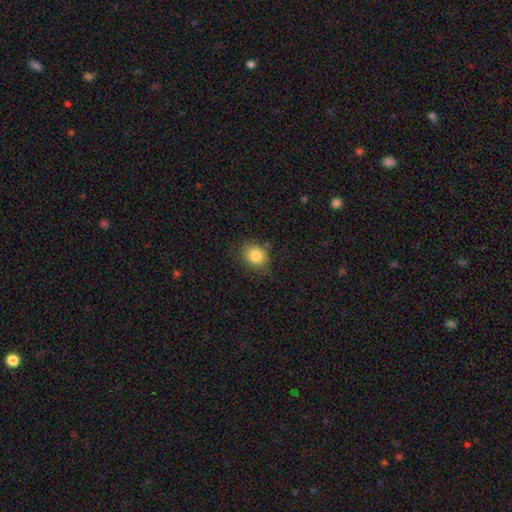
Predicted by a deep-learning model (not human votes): Morphology: type=smooth (83%); roundness=round (63%); merging=none (75%).